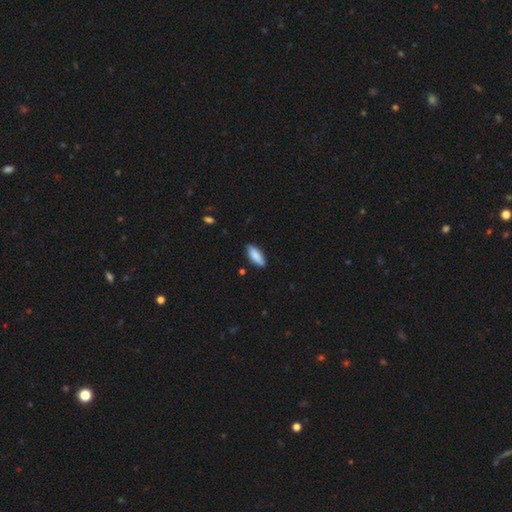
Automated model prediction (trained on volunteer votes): A smooth galaxy with no disk features (86%) that is in between round and cigar-shaped (71%).

Vote fractions:
- Smooth or featured? smooth: 86% / featured or disk: 8% / star or artifact: 6%
- How rounded? in between: 71% / cigar-shaped: 27% / round: 2%
- Merging? none: 86% / minor disturbance: 11% / major disturbance: 2% / merger: 1%